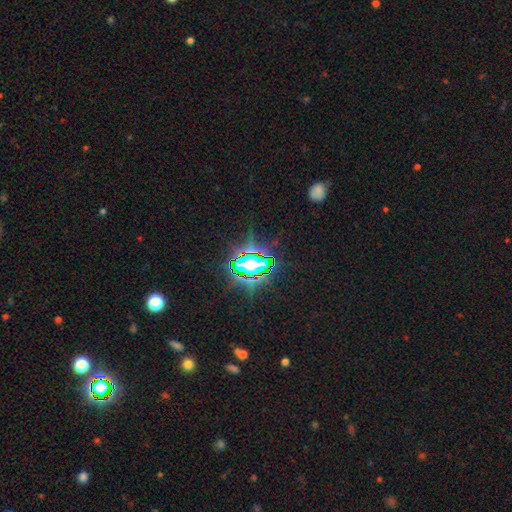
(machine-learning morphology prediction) Smooth or featured? Predicted: star or artifact (p=0.82).